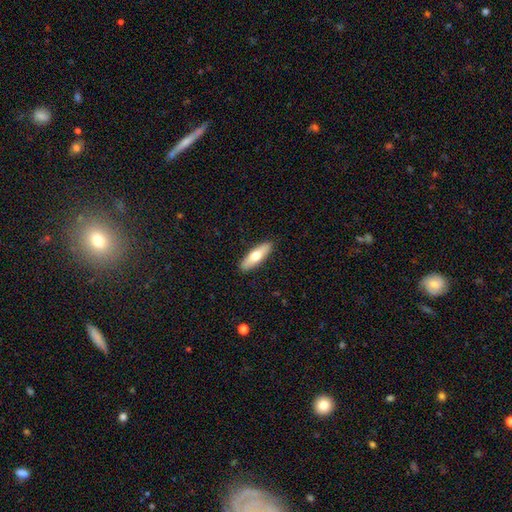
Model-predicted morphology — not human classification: smooth_or_featured: smooth (p=0.60) [alt: featured or disk p=0.34]
how_rounded: cigar-shaped (p=0.57) [alt: in between p=0.41]
merging: none (p=0.90) [alt: minor disturbance p=0.07]